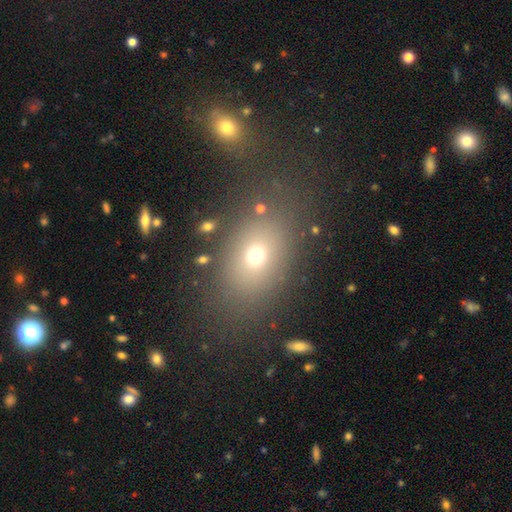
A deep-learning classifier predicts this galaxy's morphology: A smooth galaxy with no disk features (66%) that is in between round and cigar-shaped (71%). Merging: none (76%).